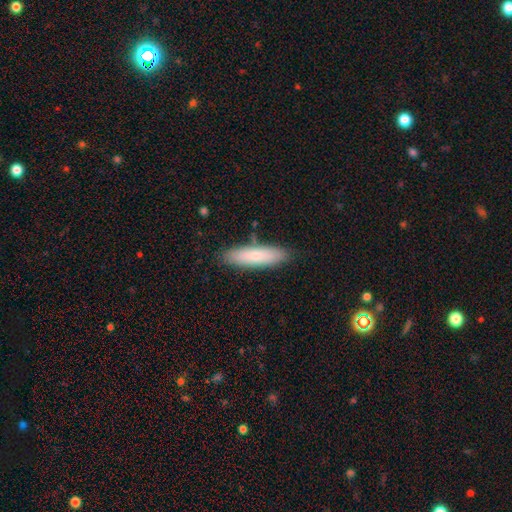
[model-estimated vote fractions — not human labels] Smooth or featured? smooth (77%)
How rounded? cigar-shaped (68%)
Merging? none (84%)